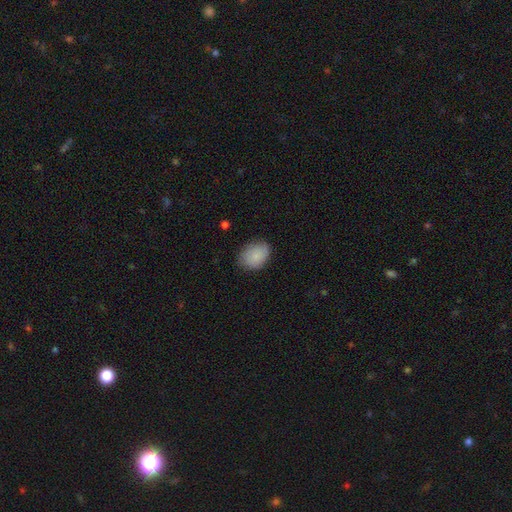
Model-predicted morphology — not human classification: Q: Smooth or featured?
A: smooth (84%); runner-up: featured or disk (9%)
Q: How rounded?
A: in between (71%); runner-up: round (28%)
Q: Merging?
A: none (77%); runner-up: minor disturbance (18%)